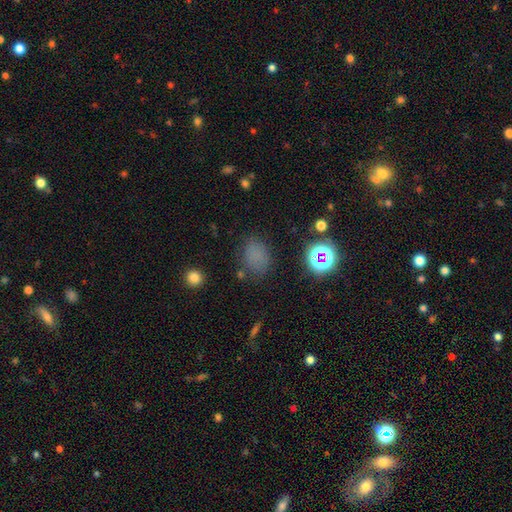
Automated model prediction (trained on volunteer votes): Smooth or featured: smooth — 69% (star or artifact — 24%)
How rounded: in between — 63% (round — 35%)
Merging: none — 72% (minor disturbance — 18%)